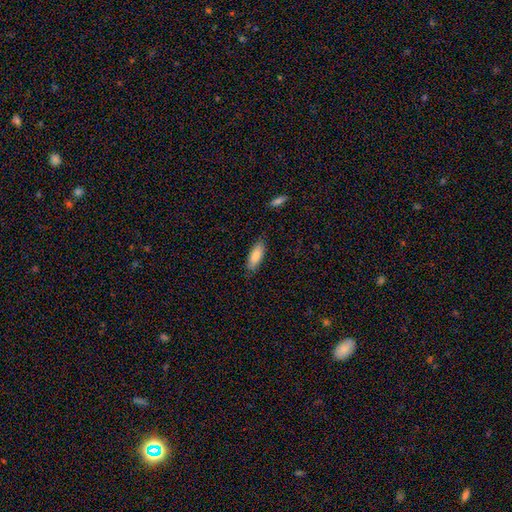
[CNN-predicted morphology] This is clearly a smooth galaxy (84%). How rounded: likely in between (67%). Merging: clearly none (84%).